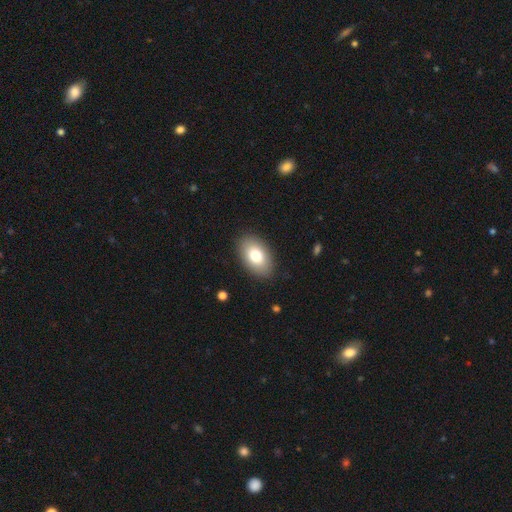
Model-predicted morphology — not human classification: smooth_or_featured: smooth (p=0.78) [alt: featured or disk p=0.15]
how_rounded: in between (p=0.91) [alt: round p=0.08]
merging: none (p=0.88) [alt: minor disturbance p=0.09]